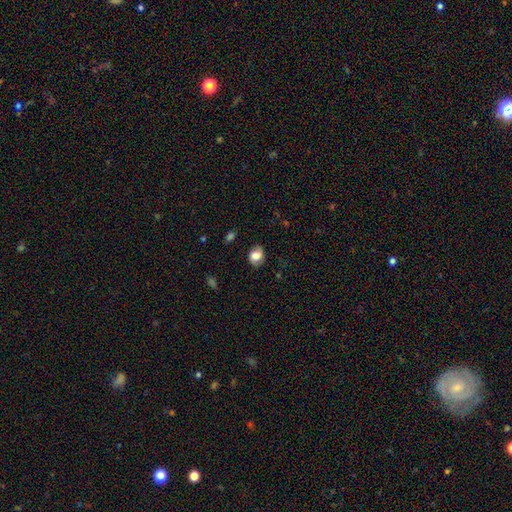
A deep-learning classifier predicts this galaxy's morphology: The model was most divided on "how rounded": in between: 54%, round: 44%, cigar-shaped: 1%. More confident: merging — none (76%); smooth or featured — smooth (70%).